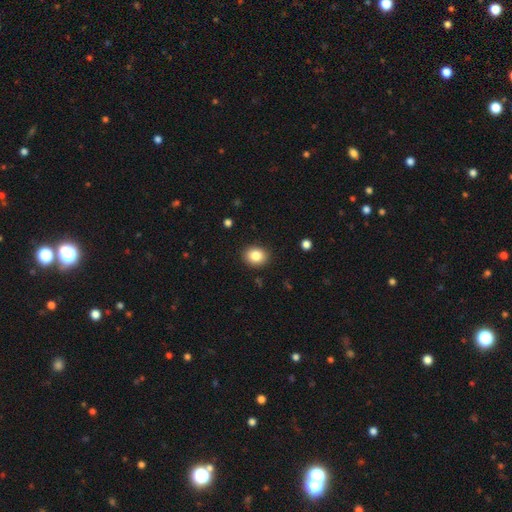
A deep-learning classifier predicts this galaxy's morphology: Q: Smooth or featured?
A: smooth (85%); runner-up: star or artifact (9%)
Q: How rounded?
A: round (55%); runner-up: in between (44%)
Q: Merging?
A: none (89%); runner-up: minor disturbance (8%)